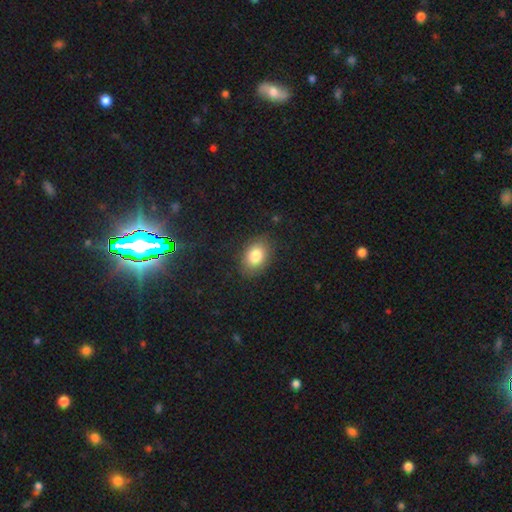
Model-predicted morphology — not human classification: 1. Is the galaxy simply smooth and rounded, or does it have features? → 82% smooth, 9% featured or disk, 9% star or artifact.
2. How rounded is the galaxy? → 80% in between, 18% round, 1% cigar-shaped.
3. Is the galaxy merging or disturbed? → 83% none, 12% minor disturbance, 4% major disturbance, 1% merger.